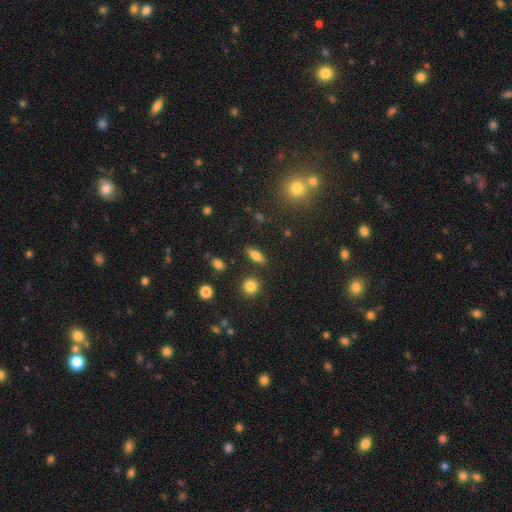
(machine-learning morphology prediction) A smooth galaxy with no disk features (73%) that is in between round and cigar-shaped (72%).

Vote fractions:
- Smooth or featured? smooth: 73% / featured or disk: 17% / star or artifact: 10%
- How rounded? in between: 72% / cigar-shaped: 21% / round: 7%
- Merging? none: 85% / minor disturbance: 9% / merger: 3% / major disturbance: 3%